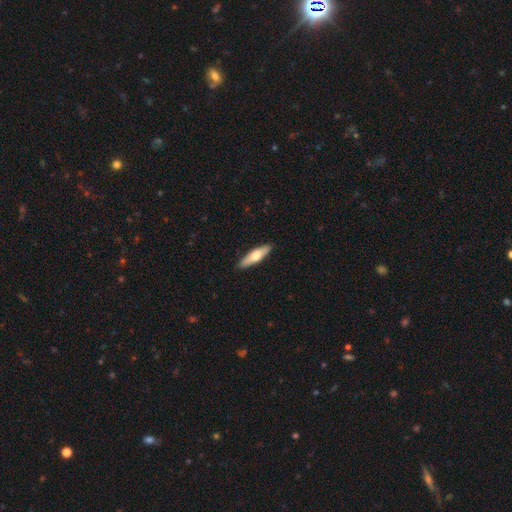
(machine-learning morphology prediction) Smooth or featured?
  - smooth: 60% *
  - featured or disk: 35%
  - star or artifact: 5%
How rounded?
  - cigar-shaped: 66% *
  - in between: 32%
  - round: 2%
Merging?
  - none: 89% *
  - minor disturbance: 8%
  - major disturbance: 2%
  - merger: 1%